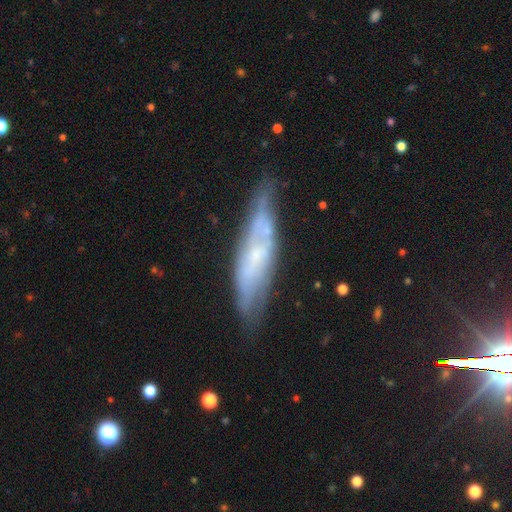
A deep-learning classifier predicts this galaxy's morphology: smooth_or_featured: featured or disk (p=0.63) [alt: smooth p=0.29]
disk_edge_on: no (p=0.55) [alt: yes p=0.45]
merging: none (p=0.65) [alt: minor disturbance p=0.24]